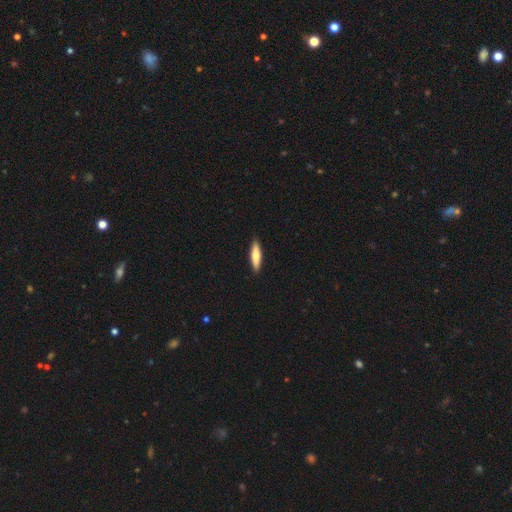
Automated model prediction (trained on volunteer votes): Overall: smooth (71%). How rounded: cigar-shaped (74%). Merging: none (91%).